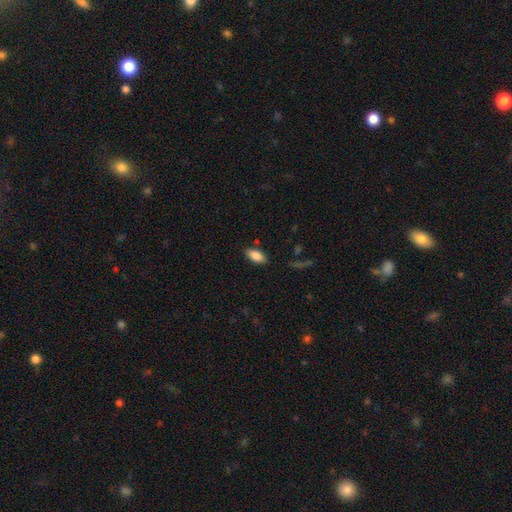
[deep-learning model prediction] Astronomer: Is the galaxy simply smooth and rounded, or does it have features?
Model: smooth — 85%.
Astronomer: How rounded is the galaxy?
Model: in between — 90%.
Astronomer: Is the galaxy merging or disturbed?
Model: none — 85%.